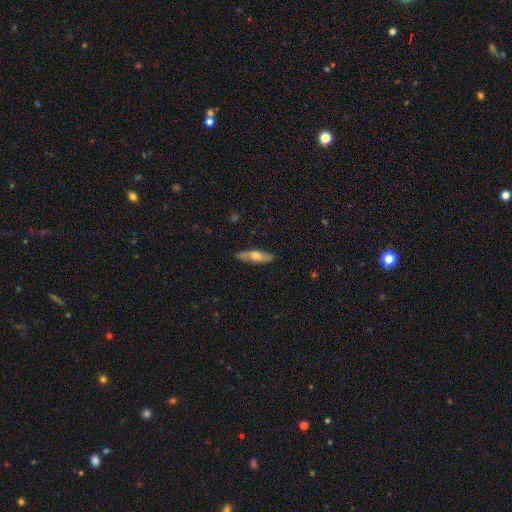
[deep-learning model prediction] This appears to be a smooth galaxy with no disk features (52%) that is cigar-shaped (62%). Merging: none (84%).